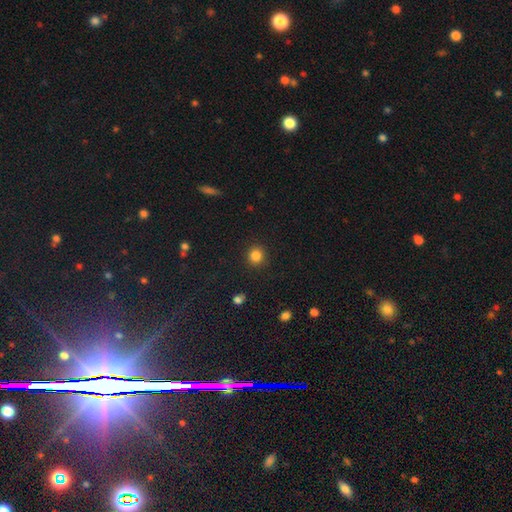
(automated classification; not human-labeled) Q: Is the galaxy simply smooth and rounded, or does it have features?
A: smooth — 85%.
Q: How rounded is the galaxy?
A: round — 91%.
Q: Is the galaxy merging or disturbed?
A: none — 91%.